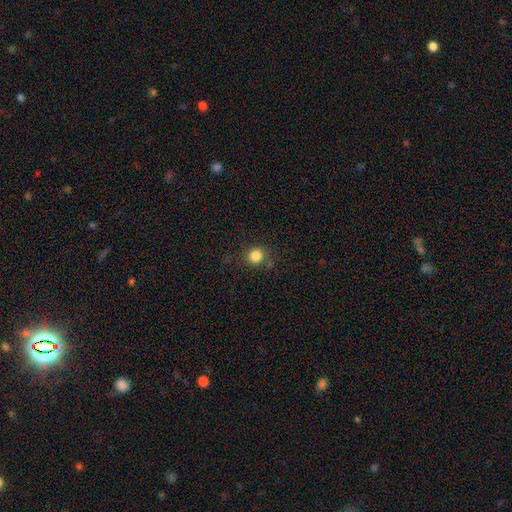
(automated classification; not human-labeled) Smooth or featured? smooth (83%)
How rounded? round (87%)
Merging? none (82%)